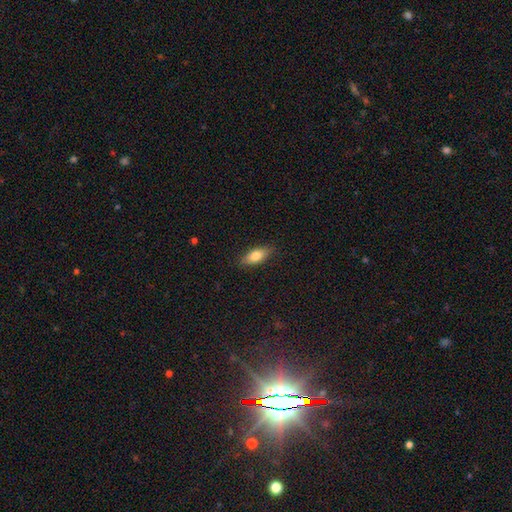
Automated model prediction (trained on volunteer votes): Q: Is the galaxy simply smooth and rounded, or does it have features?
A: smooth — 76%.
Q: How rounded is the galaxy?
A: in between — 79%.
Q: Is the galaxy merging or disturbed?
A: none — 86%.